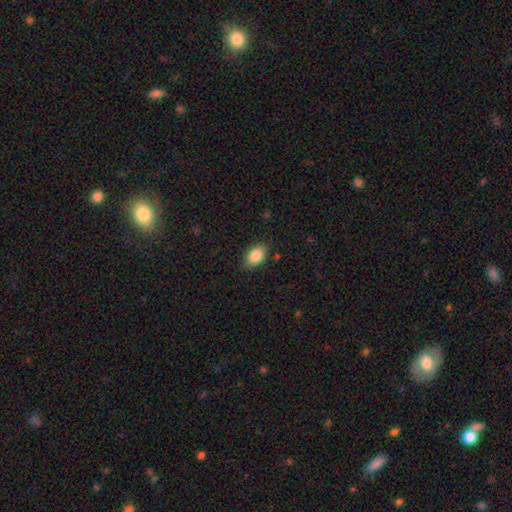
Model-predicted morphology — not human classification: A smooth galaxy with no disk features (86%) that is in between round and cigar-shaped (86%). Merging: none (84%).